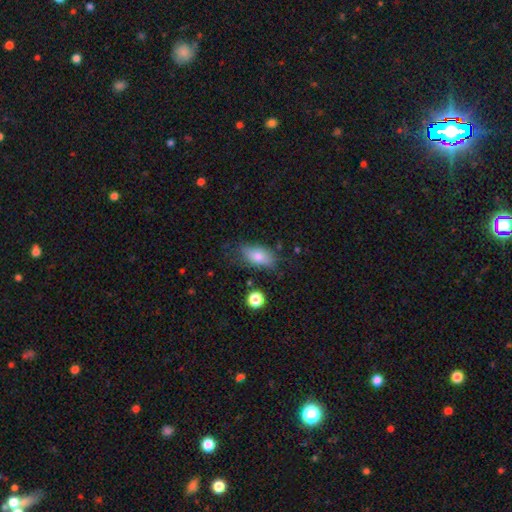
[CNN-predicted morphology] A smooth galaxy with no disk features (77%) that is in between round and cigar-shaped (86%). Merging: none (70%).